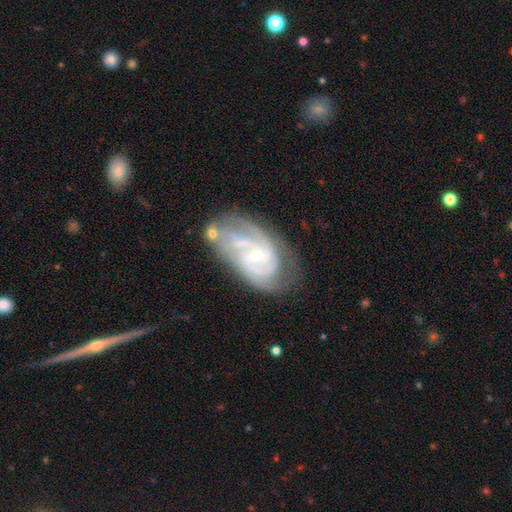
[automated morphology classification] type=featured or disk (87%); edge-on=no (96%); bar=no (49%); spiral arms=yes (96%); winding=tight (55%); arm count=2 (38%); bulge=small (69%); merging=none (58%).